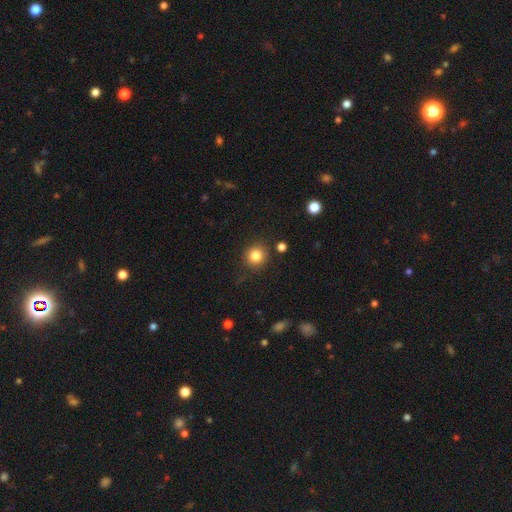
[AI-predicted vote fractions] A smooth galaxy with no disk features (83%) that is round (91%). Merging: none (87%).